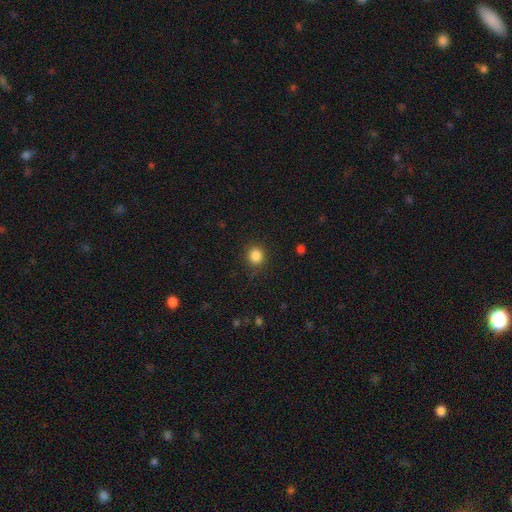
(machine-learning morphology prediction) Overall: smooth (85%). How rounded: round (86%). Merging: none (88%).